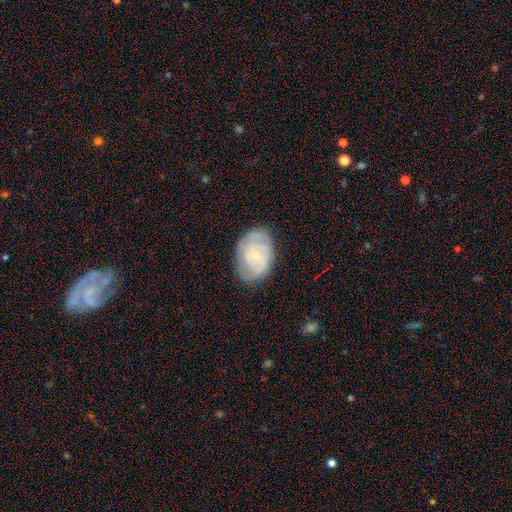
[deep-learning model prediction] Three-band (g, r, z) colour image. It shows a featured or disk galaxy (68%) with no bar (72%), tight (63%) spiral arms (88%) and a small central bulge (78%). Merging: none (75%).